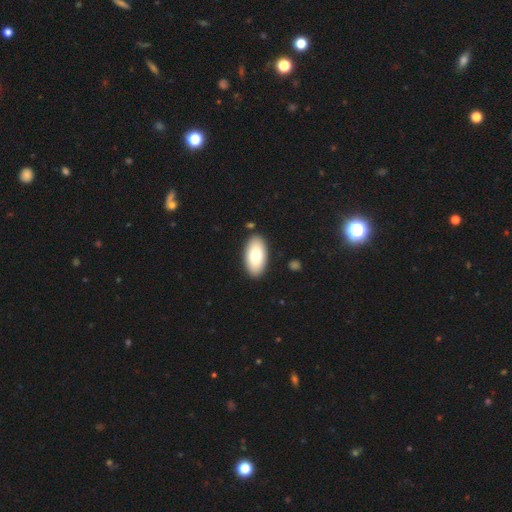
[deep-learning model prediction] Smooth or featured? smooth (76%)
How rounded? in between (95%)
Merging? none (88%)